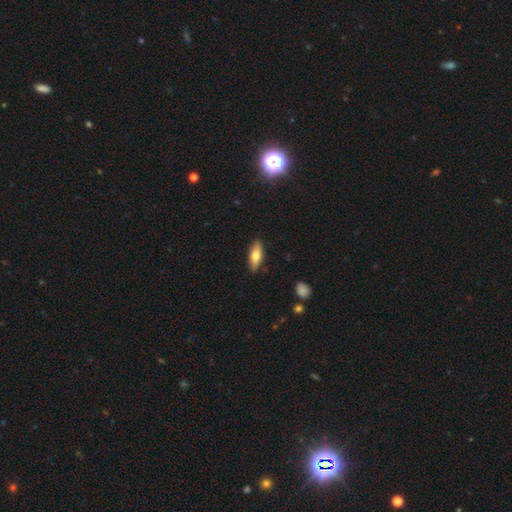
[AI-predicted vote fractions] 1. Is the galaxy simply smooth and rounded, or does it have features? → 66% smooth, 27% featured or disk, 6% star or artifact.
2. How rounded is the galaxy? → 65% in between, 33% cigar-shaped, 3% round.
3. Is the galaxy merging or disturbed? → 87% none, 10% minor disturbance, 2% major disturbance, 1% merger.